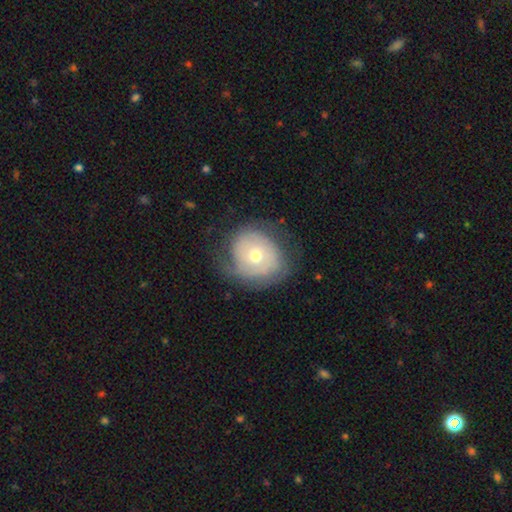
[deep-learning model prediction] This appears to be a featured or disk galaxy (51%). Merging: none (57%).